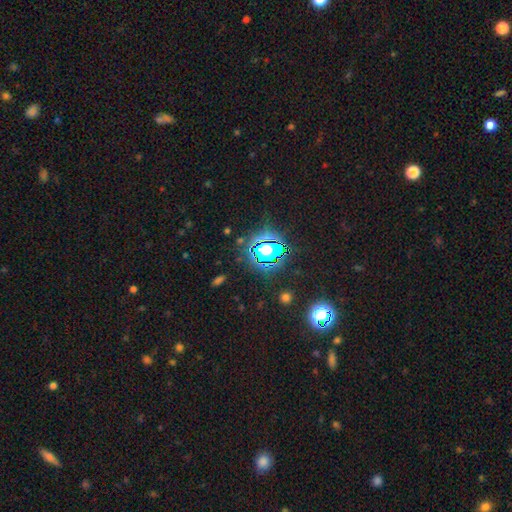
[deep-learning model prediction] A star or artifact, not a galaxy (71%).